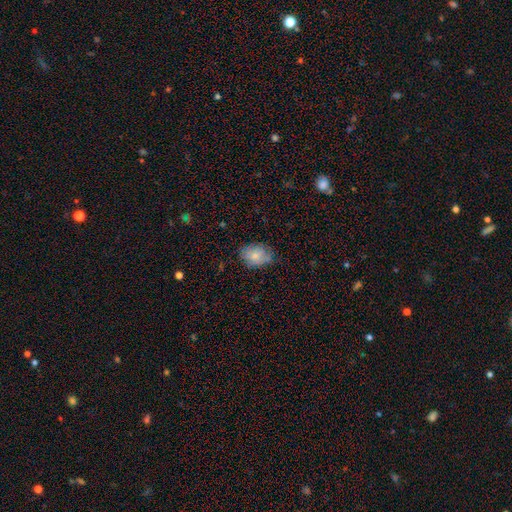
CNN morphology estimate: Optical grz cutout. It shows a smooth galaxy with no disk features (77%) that is in between round and cigar-shaped (77%). Merging: none (69%).